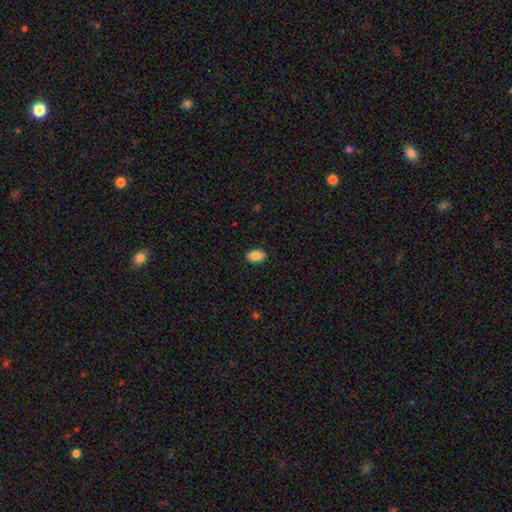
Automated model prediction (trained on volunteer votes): smooth-or-featured: smooth: 88% | star or artifact: 8% | featured or disk: 5%
  how-rounded: in between: 91% | round: 7% | cigar-shaped: 1%
  merging: none: 90% | minor disturbance: 8% | major disturbance: 2% | merger: 1%